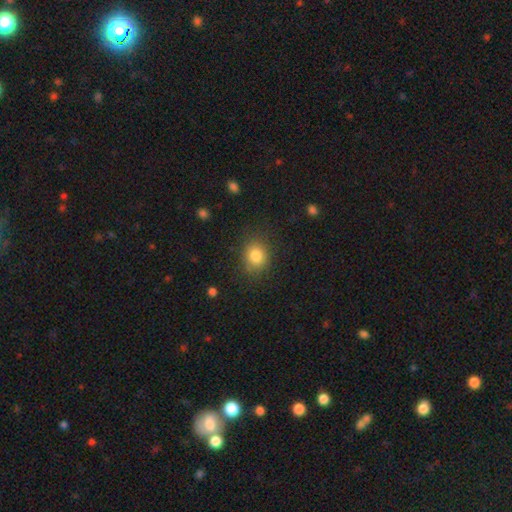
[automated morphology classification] This appears to be a smooth galaxy with no disk features (82%) that is round (64%). Merging: none (80%).